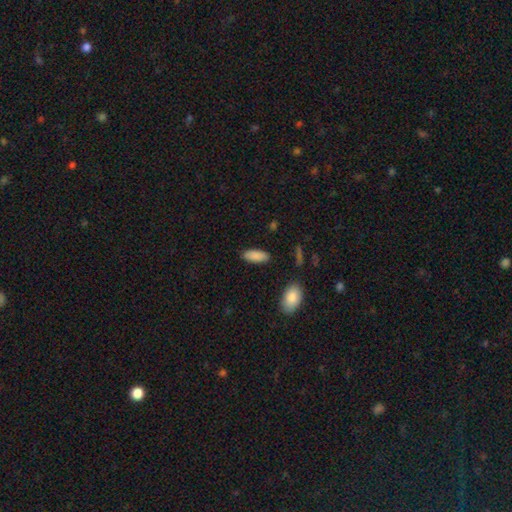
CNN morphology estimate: Smooth or featured: smooth — 88% (star or artifact — 7%)
How rounded: in between — 79% (cigar-shaped — 20%)
Merging: none — 86% (minor disturbance — 10%)